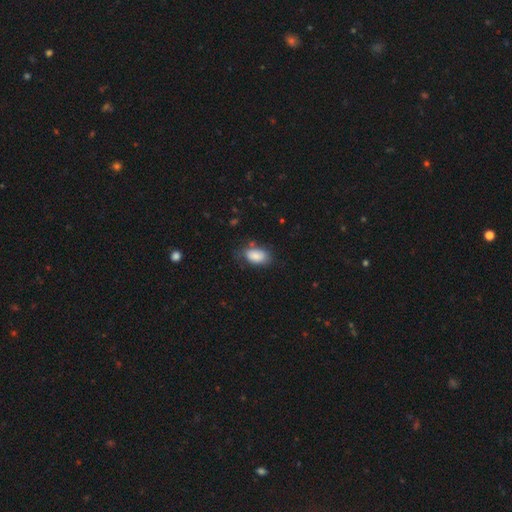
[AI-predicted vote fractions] Morphology: type=smooth (86%); roundness=in between (91%); merging=none (65%).